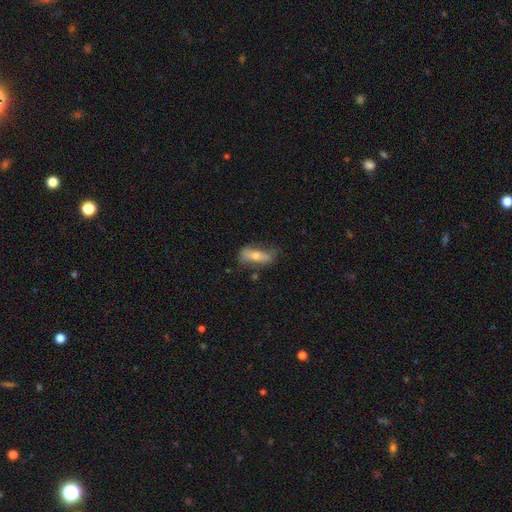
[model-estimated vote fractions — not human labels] A smooth galaxy with no disk features (53%) that is in between round and cigar-shaped (55%). Merging: none (64%).